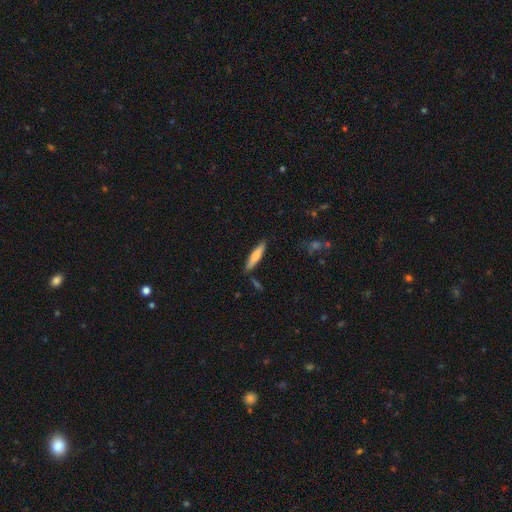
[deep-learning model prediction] This appears to be a smooth galaxy with no disk features (61%) that is cigar-shaped (84%). Merging: none (86%).